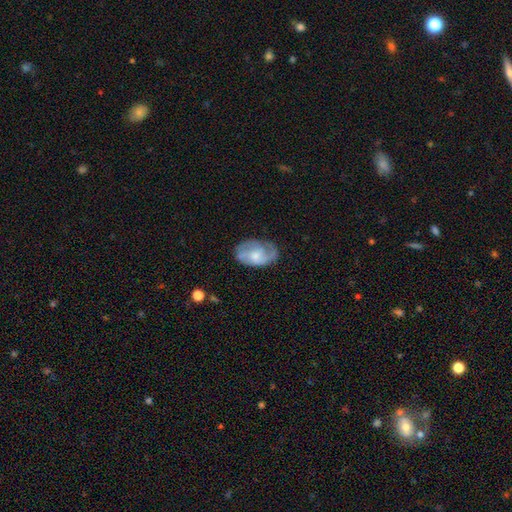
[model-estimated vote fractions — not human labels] Smooth or featured? Predicted: featured or disk (p=0.60). Edge-on disk? Predicted: no (p=0.96). Bar? Predicted: no (p=0.67). Spiral arms? Predicted: yes (p=0.80). Bulge size? Predicted: moderate (p=0.45). Merging? Predicted: none (p=0.62).